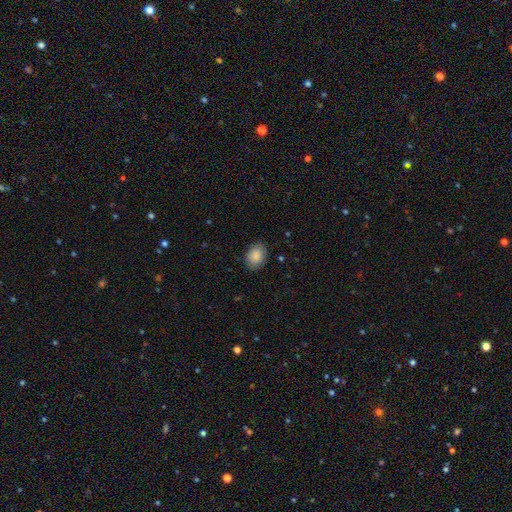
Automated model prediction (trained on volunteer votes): smooth-or-featured: smooth: 89% | star or artifact: 7% | featured or disk: 4%
  how-rounded: in between: 74% | round: 25% | cigar-shaped: 1%
  merging: none: 87% | minor disturbance: 10% | major disturbance: 2% | merger: 1%